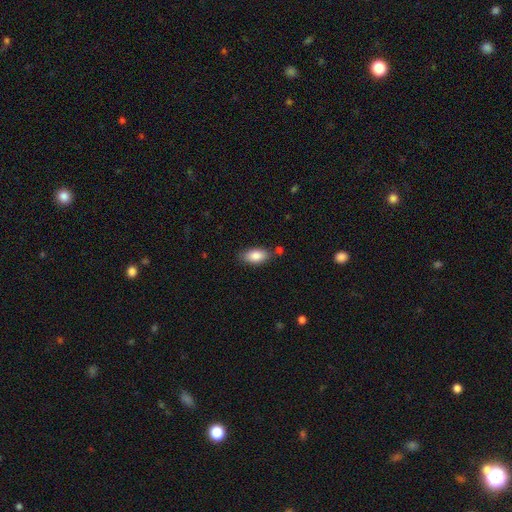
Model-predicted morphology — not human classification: The model was most divided on "merging": none: 77%, minor disturbance: 14%, merger: 6%, major disturbance: 3%. More confident: how rounded — in between (91%); smooth or featured — smooth (86%).